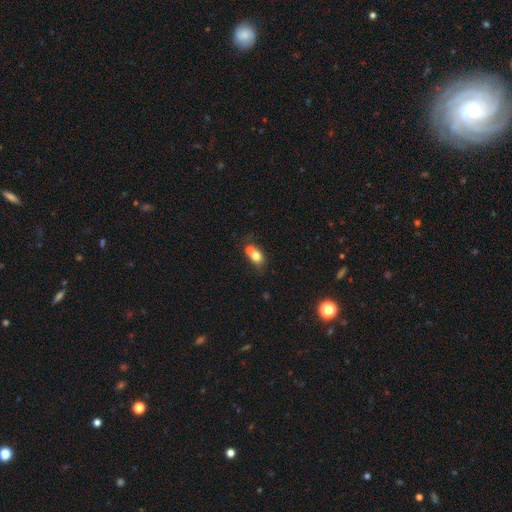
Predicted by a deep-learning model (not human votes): Overall: smooth (73%). How rounded: round (55%; in between 43%). Merging: merger (55%; none 32%).